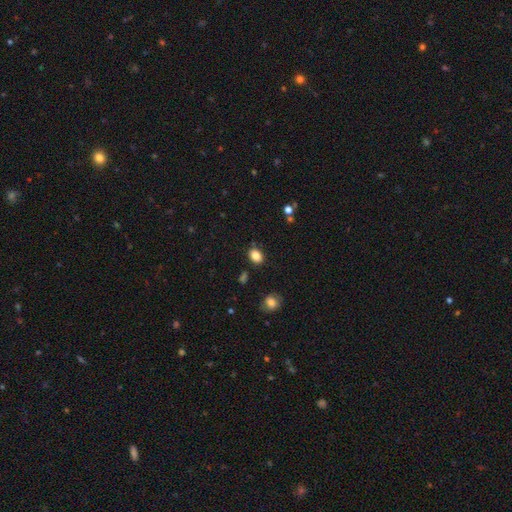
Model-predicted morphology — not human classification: Overall: smooth (84%). How rounded: in between (68%; round 31%). Merging: none (84%).